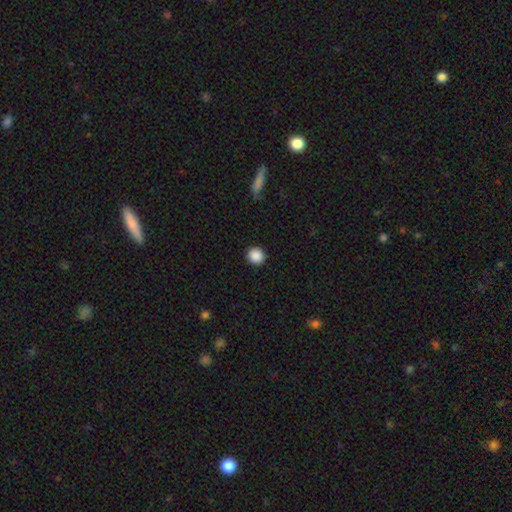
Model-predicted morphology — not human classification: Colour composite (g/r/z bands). It shows a smooth galaxy with no disk features (88%) that is round (92%). Merging: none (92%).